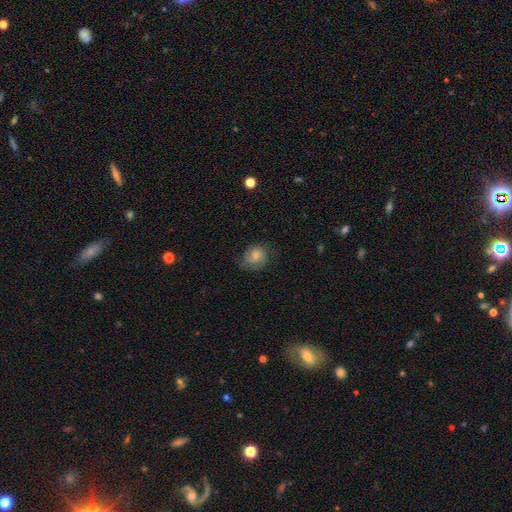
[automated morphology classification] Smooth or featured: featured or disk — 47% (smooth — 45%)
Merging: none — 66% (minor disturbance — 23%)